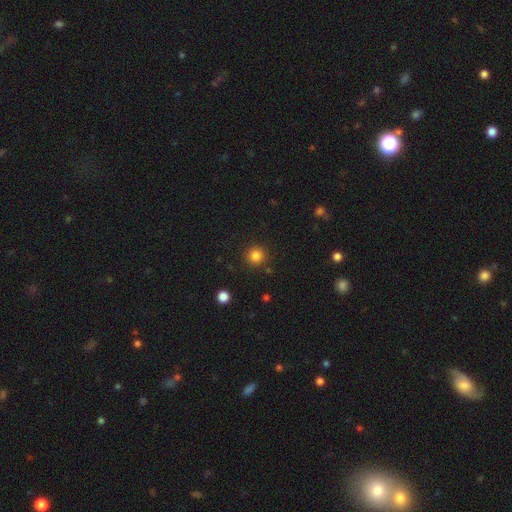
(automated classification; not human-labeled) Smooth or featured?
  - smooth: 83% *
  - star or artifact: 13%
  - featured or disk: 4%
How rounded?
  - round: 95% *
  - in between: 4%
  - cigar-shaped: 1%
Merging?
  - none: 90% *
  - minor disturbance: 6%
  - major disturbance: 2%
  - merger: 2%